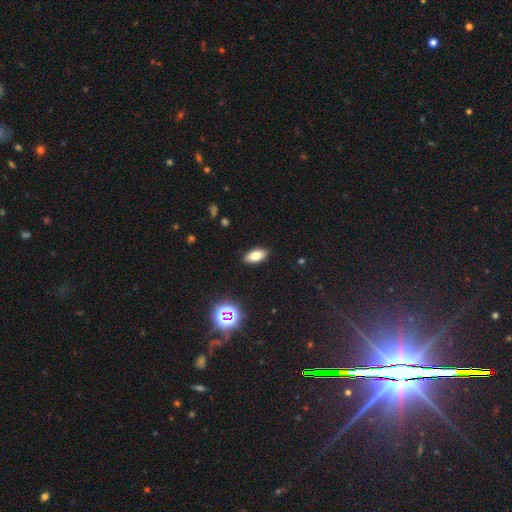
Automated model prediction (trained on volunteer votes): smooth-or-featured: smooth: 72% | featured or disk: 15% | star or artifact: 12%
  how-rounded: in between: 87% | cigar-shaped: 8% | round: 4%
  merging: none: 89% | minor disturbance: 8% | major disturbance: 2% | merger: 1%